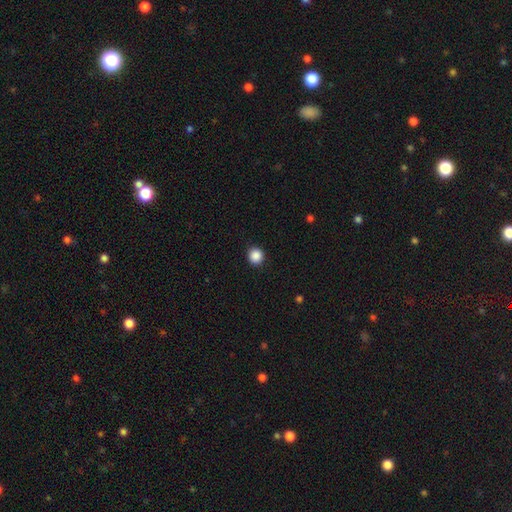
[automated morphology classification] The model was most divided on "smooth or featured": smooth: 88%, star or artifact: 10%, featured or disk: 3%. More confident: how rounded — round (93%); merging — none (92%).